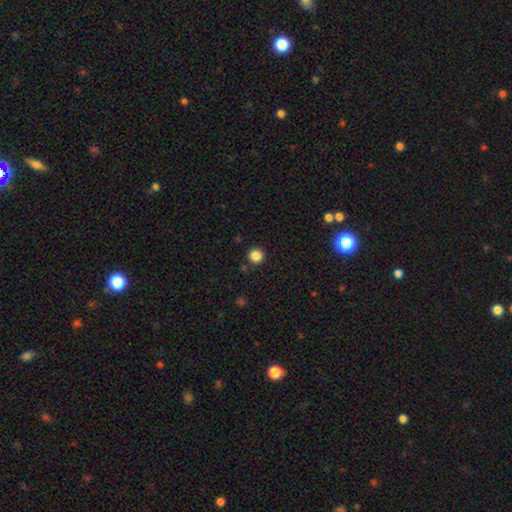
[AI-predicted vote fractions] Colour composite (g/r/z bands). It shows a smooth galaxy with no disk features (86%) that is round (92%). Merging: none (88%).